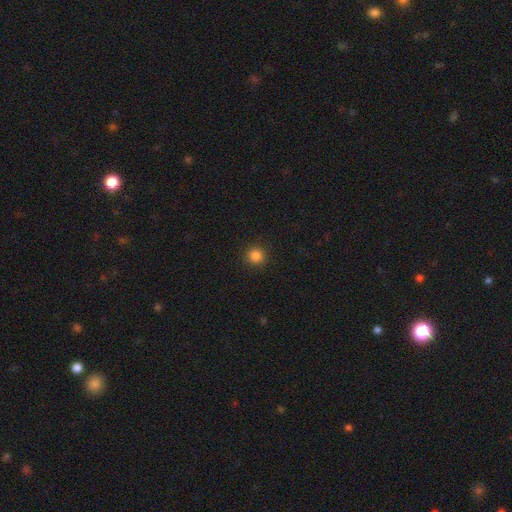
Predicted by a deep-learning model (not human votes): Smooth or featured? Predicted: smooth (p=0.84). How rounded? Predicted: round (p=0.95). Merging? Predicted: none (p=0.92).